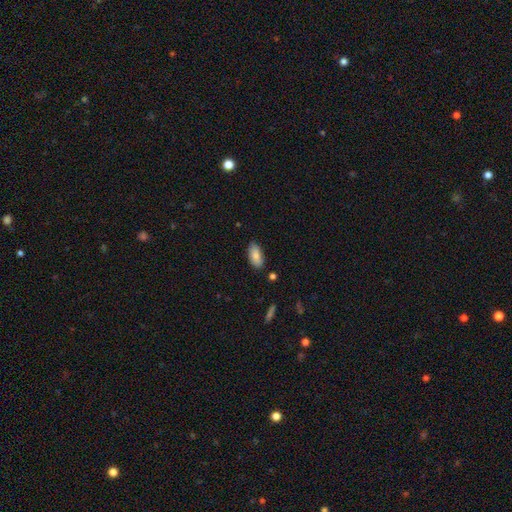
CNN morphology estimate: A smooth galaxy with no disk features (83%) that is in between round and cigar-shaped (91%).

Vote fractions:
- Smooth or featured? smooth: 83% / featured or disk: 11% / star or artifact: 7%
- How rounded? in between: 91% / cigar-shaped: 7% / round: 2%
- Merging? none: 82% / minor disturbance: 14% / major disturbance: 2% / merger: 2%